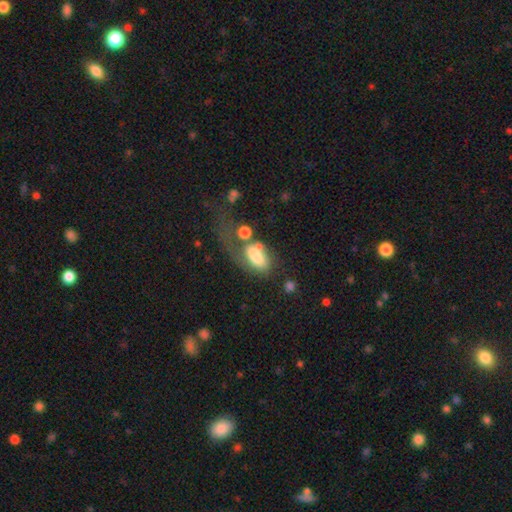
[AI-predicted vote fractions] Smooth or featured: smooth — 68% (featured or disk — 23%)
How rounded: in between — 88% (round — 6%)
Merging: major disturbance — 38% (merger — 27%)